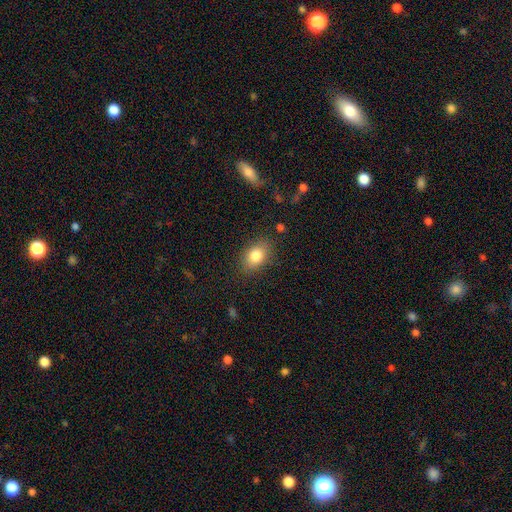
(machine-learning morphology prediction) The model was most divided on "how rounded": in between: 80%, round: 18%, cigar-shaped: 2%. More confident: merging — none (83%); smooth or featured — smooth (82%).